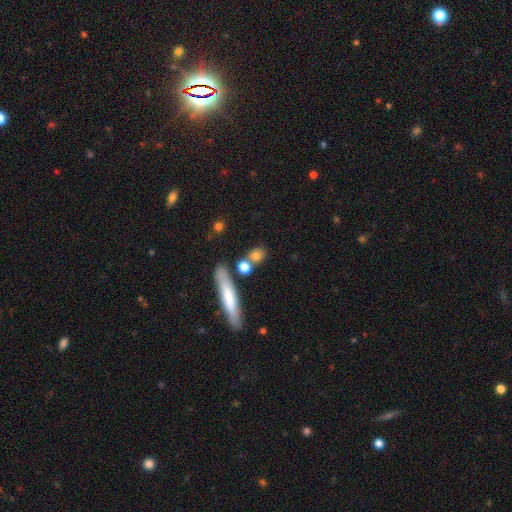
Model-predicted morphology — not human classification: smooth-or-featured: smooth: 76% | featured or disk: 14% | star or artifact: 10%
  how-rounded: round: 54% | in between: 31% | cigar-shaped: 15%
  merging: none: 65% | merger: 19% | minor disturbance: 11% | major disturbance: 4%